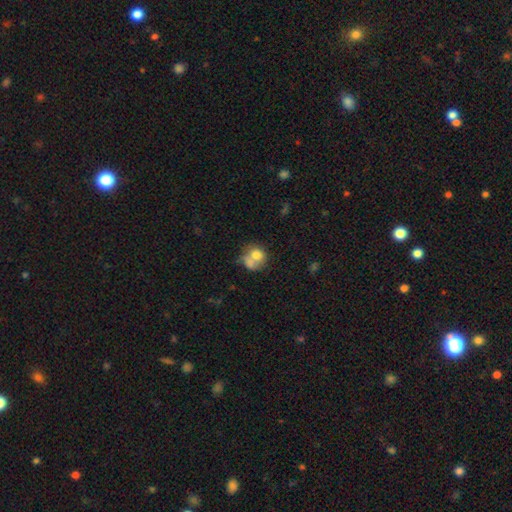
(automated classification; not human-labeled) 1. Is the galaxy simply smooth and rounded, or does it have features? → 72% smooth, 19% featured or disk, 9% star or artifact.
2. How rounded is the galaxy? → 70% round, 29% in between, 1% cigar-shaped.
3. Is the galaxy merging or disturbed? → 50% merger, 29% none, 12% minor disturbance, 9% major disturbance.